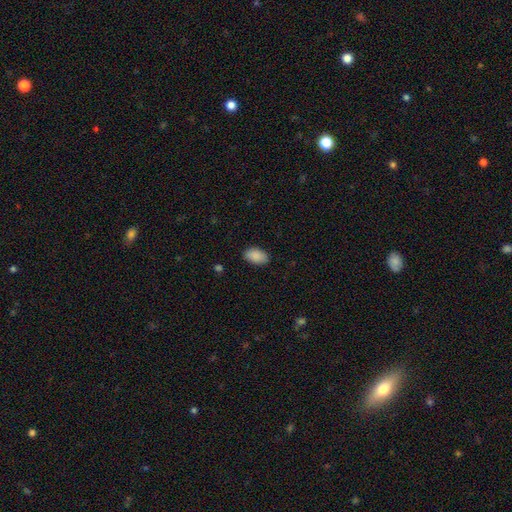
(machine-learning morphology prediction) smooth-or-featured: smooth: 90% | star or artifact: 7% | featured or disk: 4%
  how-rounded: in between: 93% | round: 6% | cigar-shaped: 1%
  merging: none: 87% | minor disturbance: 10% | major disturbance: 2% | merger: 1%